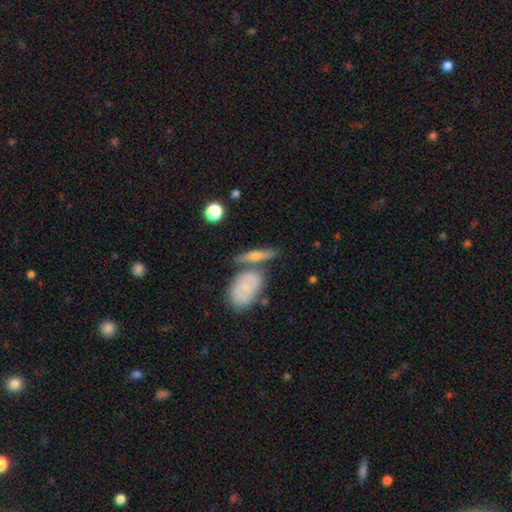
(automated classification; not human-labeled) Overall: featured or disk (53%; smooth 40%). Edge-on disk: yes (79%). Merging: none (59%; merger 25%).